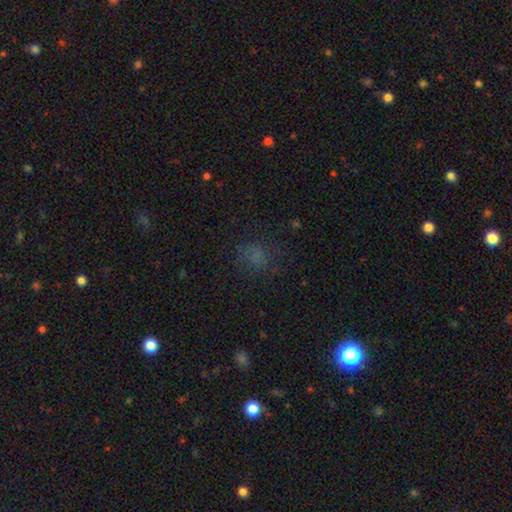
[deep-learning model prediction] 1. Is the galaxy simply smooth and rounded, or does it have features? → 64% smooth, 24% star or artifact, 12% featured or disk.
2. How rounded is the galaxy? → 68% round, 31% in between, 1% cigar-shaped.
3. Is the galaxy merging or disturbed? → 67% none, 18% minor disturbance, 13% major disturbance, 2% merger.